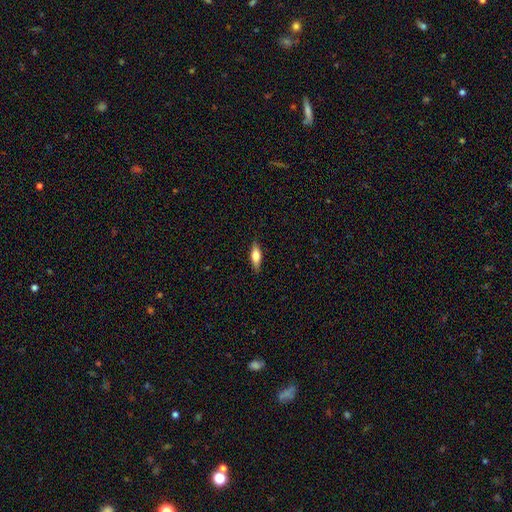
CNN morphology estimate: smooth-or-featured: smooth: 64% | featured or disk: 29% | star or artifact: 6%
  how-rounded: in between: 54% | cigar-shaped: 44% | round: 2%
  merging: none: 87% | minor disturbance: 10% | major disturbance: 2% | merger: 1%